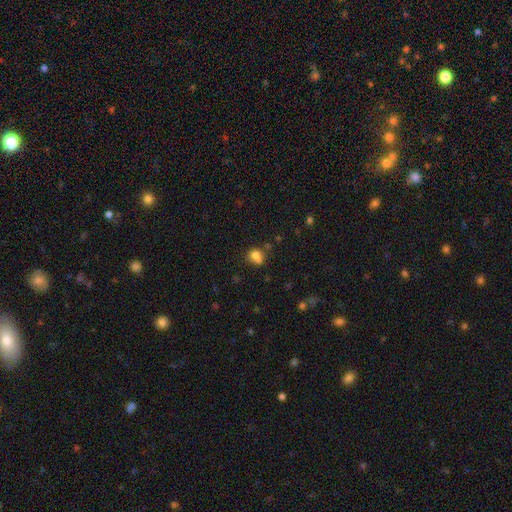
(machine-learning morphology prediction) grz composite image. It shows a smooth galaxy with no disk features (73%) that is round (71%). Merging: merger (42%).